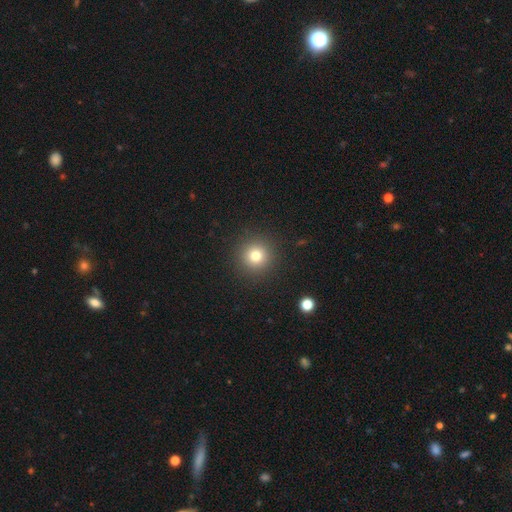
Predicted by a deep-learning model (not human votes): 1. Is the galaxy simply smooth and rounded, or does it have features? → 78% smooth, 14% star or artifact, 8% featured or disk.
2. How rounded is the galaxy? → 95% round, 4% in between, 1% cigar-shaped.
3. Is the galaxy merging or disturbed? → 91% none, 5% minor disturbance, 2% major disturbance, 1% merger.